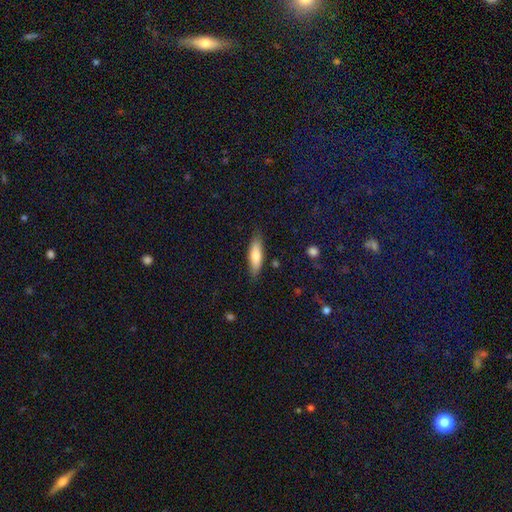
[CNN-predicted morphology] Smooth or featured? smooth (74%)
How rounded? cigar-shaped (57%)
Merging? none (84%)